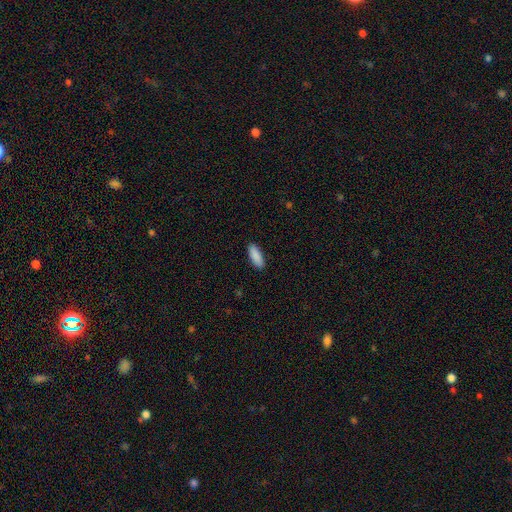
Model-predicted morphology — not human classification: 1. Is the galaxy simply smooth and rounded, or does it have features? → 90% smooth, 6% star or artifact, 4% featured or disk.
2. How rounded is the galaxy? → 71% in between, 28% cigar-shaped, 2% round.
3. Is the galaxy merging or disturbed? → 90% none, 7% minor disturbance, 2% major disturbance, 1% merger.